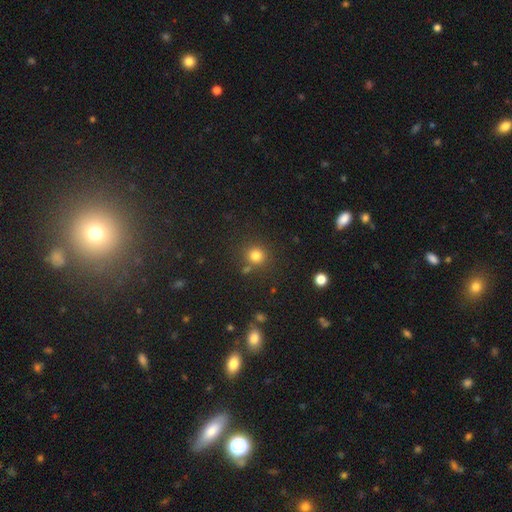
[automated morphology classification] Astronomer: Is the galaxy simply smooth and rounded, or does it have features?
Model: smooth — 80%.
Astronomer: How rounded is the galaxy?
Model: round — 90%.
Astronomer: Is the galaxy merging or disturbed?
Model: none — 80%.